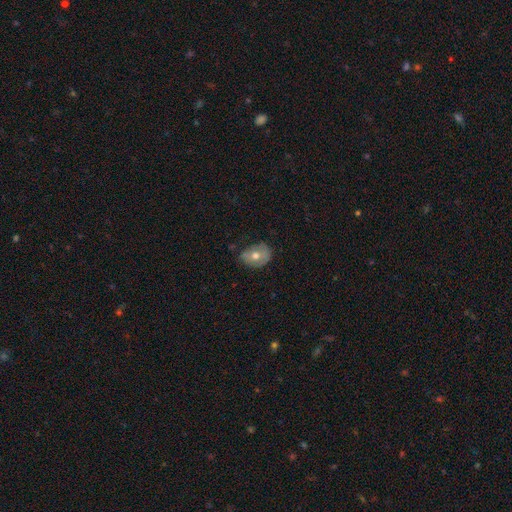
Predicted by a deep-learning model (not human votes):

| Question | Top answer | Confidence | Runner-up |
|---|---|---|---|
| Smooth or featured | smooth | 59% | featured or disk (32%) |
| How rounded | in between | 55% | round (44%) |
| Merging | none | 59% | minor disturbance (31%) |